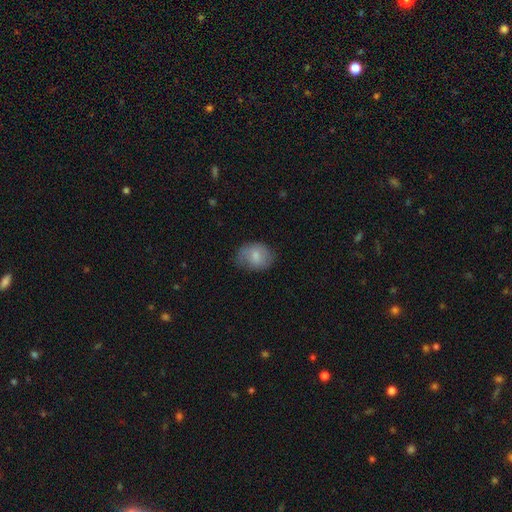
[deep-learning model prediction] Overall: smooth (74%). How rounded: in between (59%; round 40%). Merging: none (65%; minor disturbance 27%).